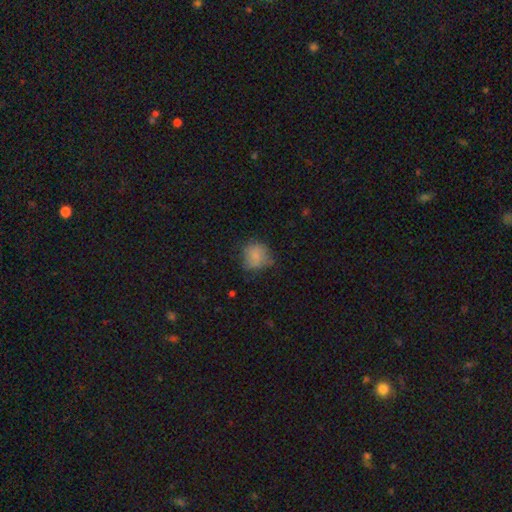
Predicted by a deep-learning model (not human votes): This is likely a smooth galaxy (79%). How rounded: clearly round (81%). Merging: possibly none (60%).